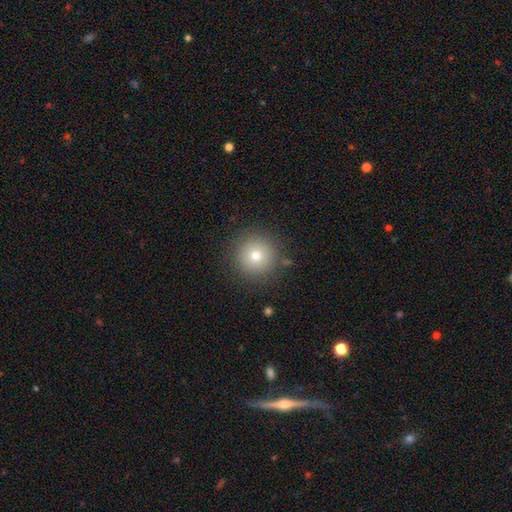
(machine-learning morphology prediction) Smooth or featured: smooth — 74% (star or artifact — 14%)
How rounded: round — 96% (in between — 3%)
Merging: none — 89% (minor disturbance — 7%)